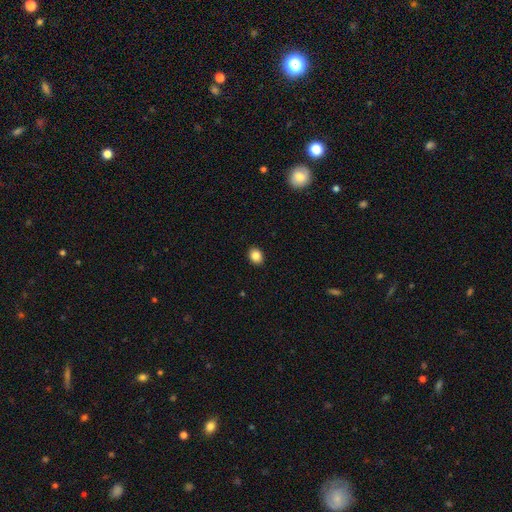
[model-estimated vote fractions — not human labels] smooth-or-featured: smooth: 86% | star or artifact: 9% | featured or disk: 5%
  how-rounded: in between: 50% | round: 49% | cigar-shaped: 1%
  merging: none: 91% | minor disturbance: 6% | major disturbance: 2% | merger: 1%